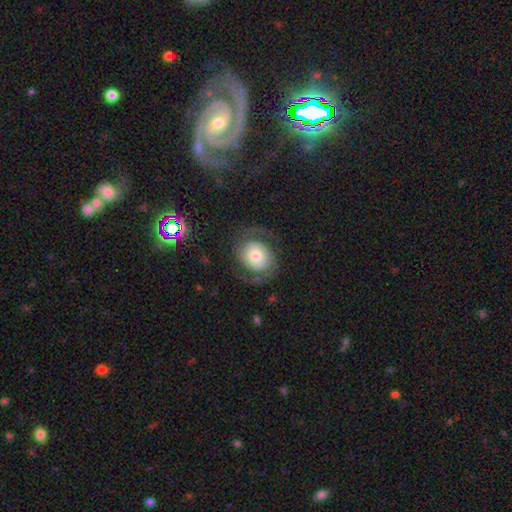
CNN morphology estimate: A featured or disk galaxy (61%) with no bar (72%), spiral arms (80%) and a moderate central bulge (56%).

Vote fractions:
- Smooth or featured? featured or disk: 61% / smooth: 31% / star or artifact: 8%
- Edge-on disk? no: 96% / yes: 4%
- Bar? no: 72% / weak: 20% / strong: 8%
- Spiral arms? yes: 80% / no: 20%
- Bulge size? moderate: 56% / small: 25% / large: 13% / dominant: 4% / none: 2%
- Merging? none: 69% / major disturbance: 16% / minor disturbance: 14% / merger: 1%